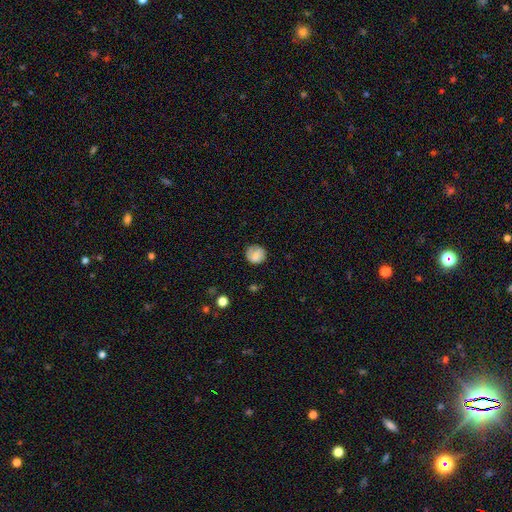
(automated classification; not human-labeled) smooth-or-featured: smooth: 71% | featured or disk: 21% | star or artifact: 8%
  how-rounded: round: 85% | in between: 14% | cigar-shaped: 1%
  merging: none: 74% | minor disturbance: 19% | major disturbance: 6% | merger: 2%